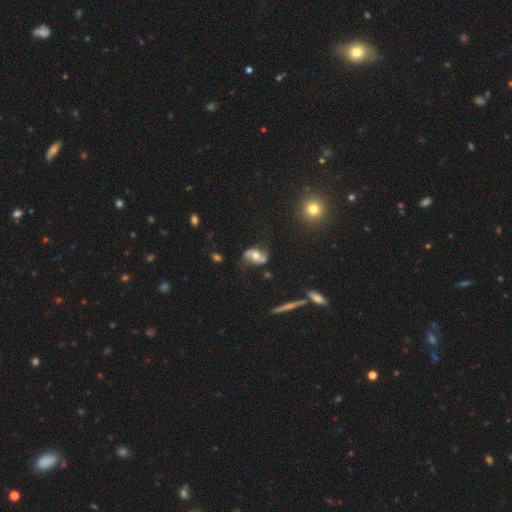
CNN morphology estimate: Smooth or featured? Predicted: featured or disk (p=0.71). Edge-on disk? Predicted: no (p=0.93). Bar? Predicted: no (p=0.59). Spiral arms? Predicted: yes (p=0.88). Spiral winding? Predicted: loose (p=0.69). Spiral arm count? Predicted: 2 (p=0.91). Bulge size? Predicted: moderate (p=0.69). Merging? Predicted: none (p=0.66).